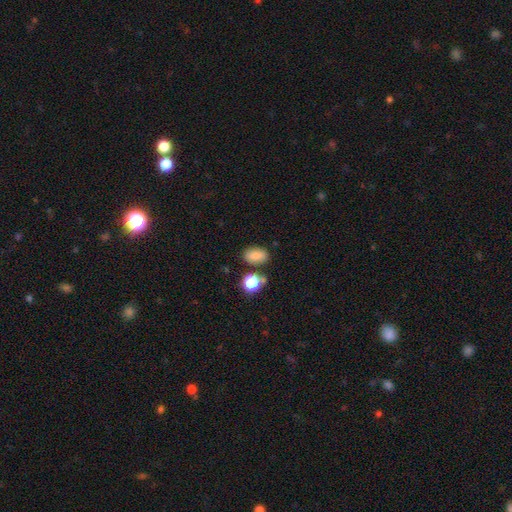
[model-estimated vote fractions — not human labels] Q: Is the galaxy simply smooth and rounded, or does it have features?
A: smooth — 82%.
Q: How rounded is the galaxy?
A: in between — 85%.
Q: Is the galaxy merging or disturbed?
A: none — 75%.